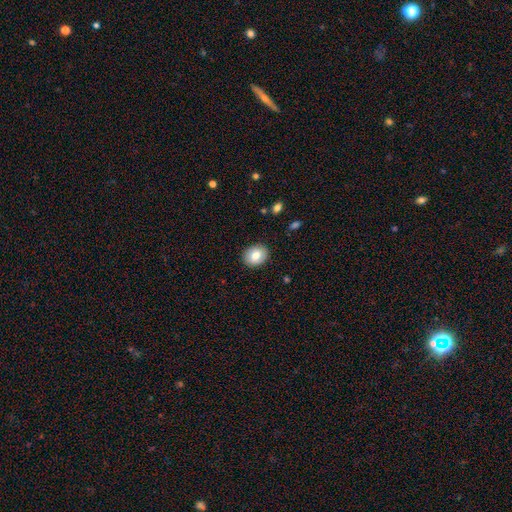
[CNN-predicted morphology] This appears to be a smooth galaxy with no disk features (79%) that is round (54%). Merging: none (89%).